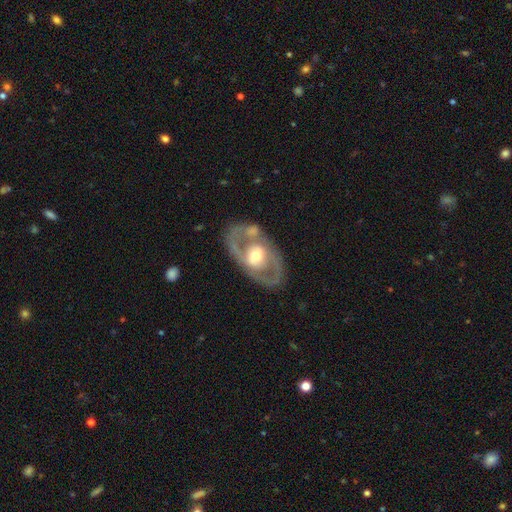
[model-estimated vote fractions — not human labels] smooth-or-featured: featured or disk: 78% | smooth: 17% | star or artifact: 5%
  disk-edge-on: no: 93% | yes: 7%
    bar: no: 55% | weak: 31% | strong: 15%
    has-spiral-arms: yes: 62% | no: 38%
    bulge-size: moderate: 65% | small: 19% | large: 14% | dominant: 1% | none: 1%
  merging: none: 71% | minor disturbance: 14% | major disturbance: 9% | merger: 6%